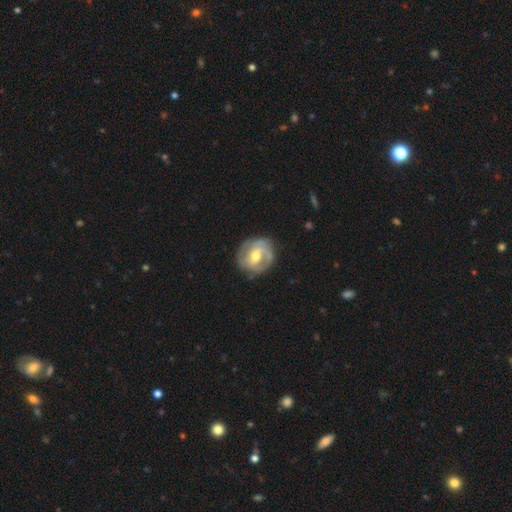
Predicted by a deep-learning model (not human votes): Smooth or featured: featured or disk — 76% (smooth — 19%)
Edge-on disk: no — 97% (yes — 3%)
Bar: weak — 46% (no — 33%)
Spiral arms: yes — 86% (no — 14%)
Spiral winding: tight — 49% (medium — 38%)
Spiral arm count: 2 — 53% (can't tell — 21%)
Bulge size: moderate — 72% (small — 21%)
Merging: none — 77% (minor disturbance — 16%)